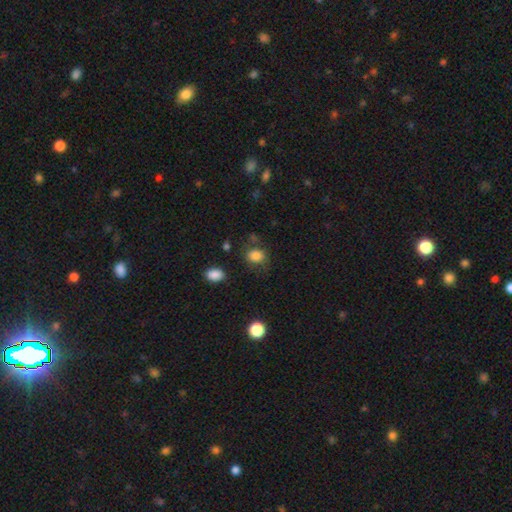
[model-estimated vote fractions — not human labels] Morphology: type=smooth (83%); roundness=round (50%); merging=none (71%).